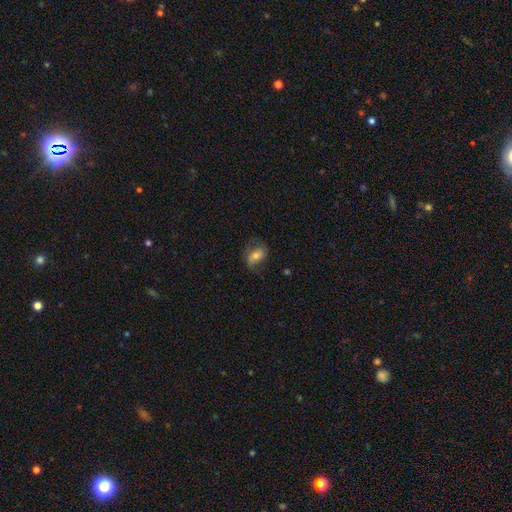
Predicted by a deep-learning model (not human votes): Q: Smooth or featured?
A: smooth (55%); runner-up: featured or disk (36%)
Q: How rounded?
A: in between (79%); runner-up: round (19%)
Q: Merging?
A: none (57%); runner-up: minor disturbance (25%)